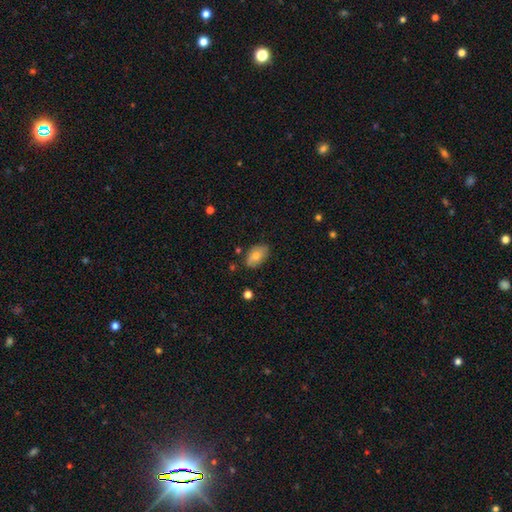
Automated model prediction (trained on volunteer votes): smooth-or-featured: smooth: 71% | featured or disk: 20% | star or artifact: 8%
  how-rounded: in between: 92% | round: 6% | cigar-shaped: 2%
  merging: none: 79% | minor disturbance: 16% | major disturbance: 3% | merger: 2%